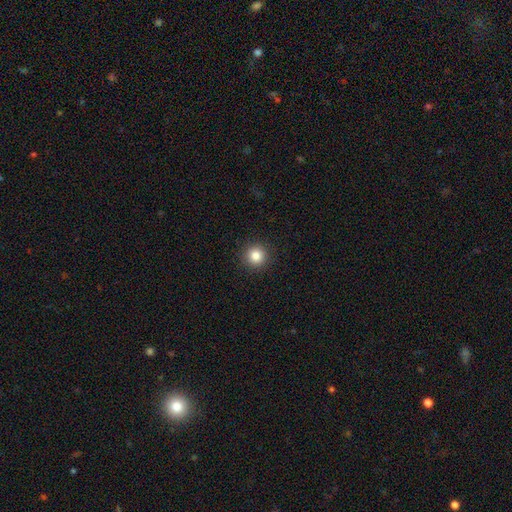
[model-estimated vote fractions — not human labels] Overall: smooth (84%). How rounded: round (95%). Merging: none (93%).